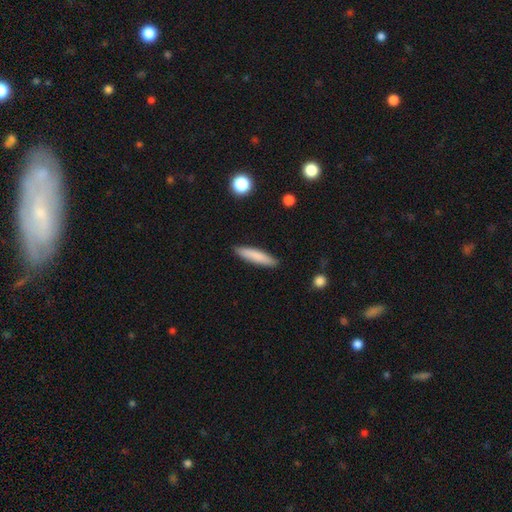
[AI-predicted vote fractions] smooth-or-featured: smooth: 82% | featured or disk: 12% | star or artifact: 6%
  how-rounded: cigar-shaped: 84% | in between: 15% | round: 1%
  merging: none: 88% | minor disturbance: 9% | major disturbance: 2% | merger: 1%